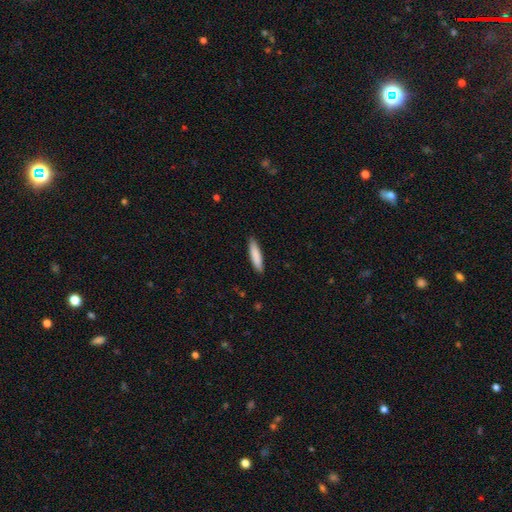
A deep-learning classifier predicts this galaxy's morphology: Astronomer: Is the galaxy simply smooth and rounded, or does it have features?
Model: smooth — 85%.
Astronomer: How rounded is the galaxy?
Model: cigar-shaped — 83%.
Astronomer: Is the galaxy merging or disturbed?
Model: none — 90%.